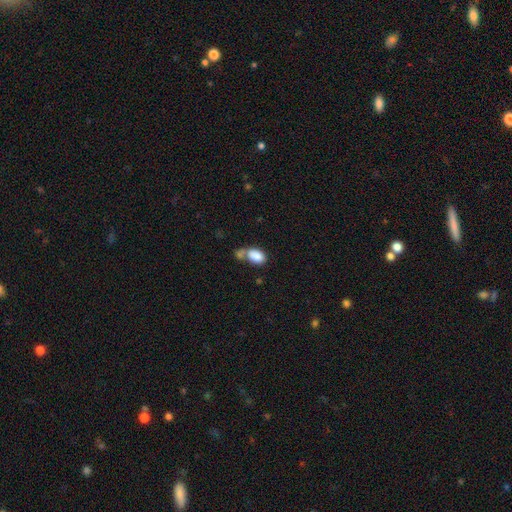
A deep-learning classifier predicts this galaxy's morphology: This appears to be a smooth galaxy with no disk features (84%) that is in between round and cigar-shaped (88%). Merging: merger (44%).